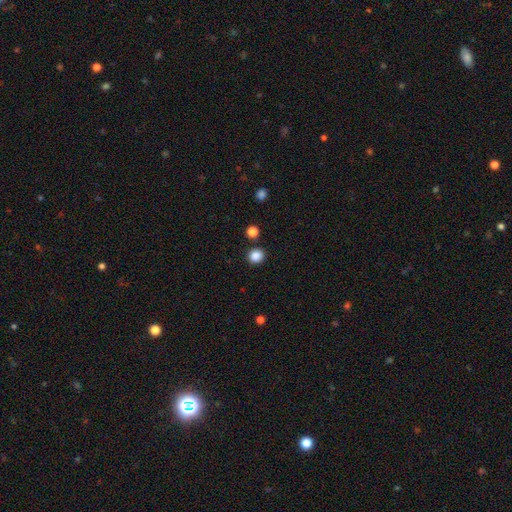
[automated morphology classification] A smooth galaxy with no disk features (86%) that is round (86%).

Vote fractions:
- Smooth or featured? smooth: 86% / star or artifact: 11% / featured or disk: 3%
- How rounded? round: 86% / in between: 13% / cigar-shaped: 1%
- Merging? none: 88% / minor disturbance: 6% / merger: 3% / major disturbance: 2%